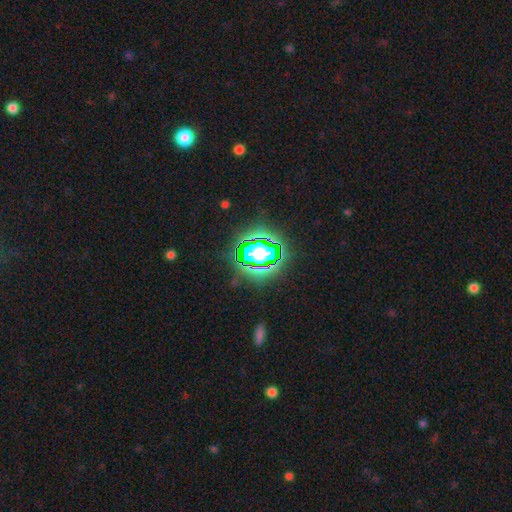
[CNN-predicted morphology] star or artifact 62%, smooth 23%, featured or disk 15%.